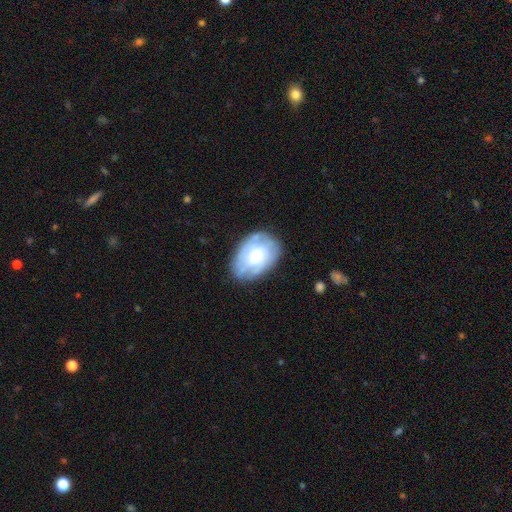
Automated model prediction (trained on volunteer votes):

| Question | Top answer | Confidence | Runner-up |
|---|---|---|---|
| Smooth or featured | smooth | 48% | featured or disk (45%) |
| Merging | none | 70% | minor disturbance (21%) |